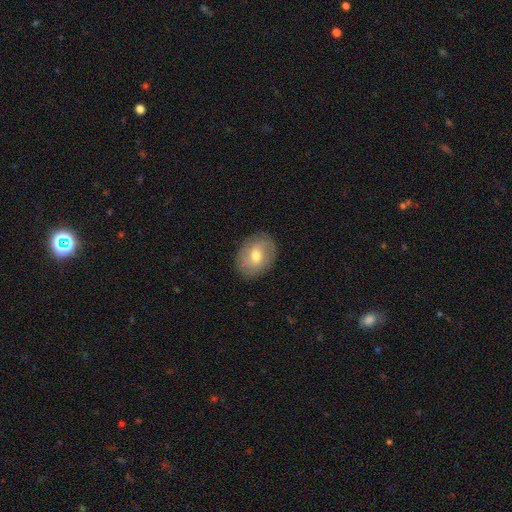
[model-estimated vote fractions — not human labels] Smooth or featured: smooth — 51% (featured or disk — 41%)
How rounded: in between — 59% (round — 40%)
Merging: none — 84% (minor disturbance — 12%)